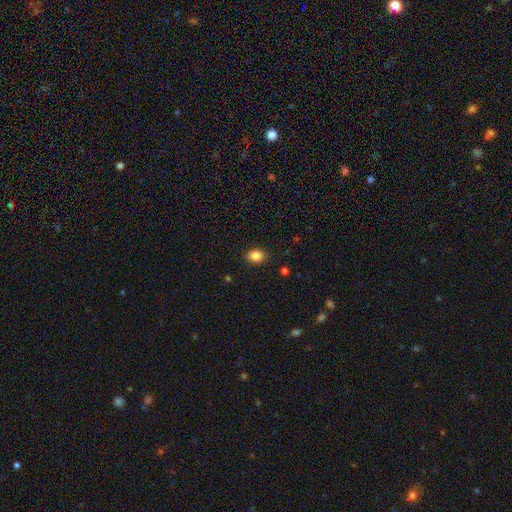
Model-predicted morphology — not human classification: smooth 86%, star or artifact 9%, featured or disk 5%. Down the decision tree: how rounded — in between (64%); merging — none (88%).